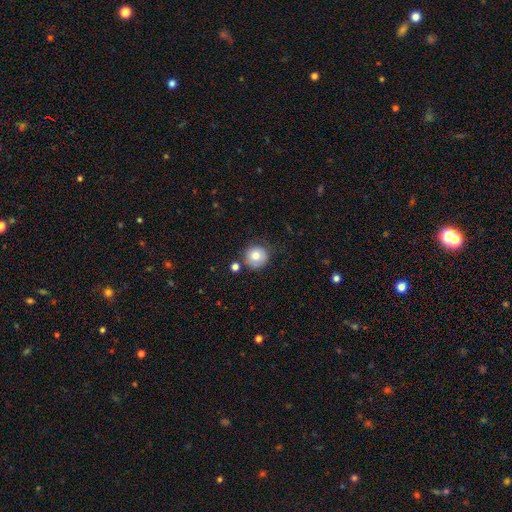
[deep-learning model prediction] The model was most divided on "merging": none: 73%, minor disturbance: 15%, merger: 8%, major disturbance: 5%. More confident: how rounded — round (94%); smooth or featured — smooth (78%).